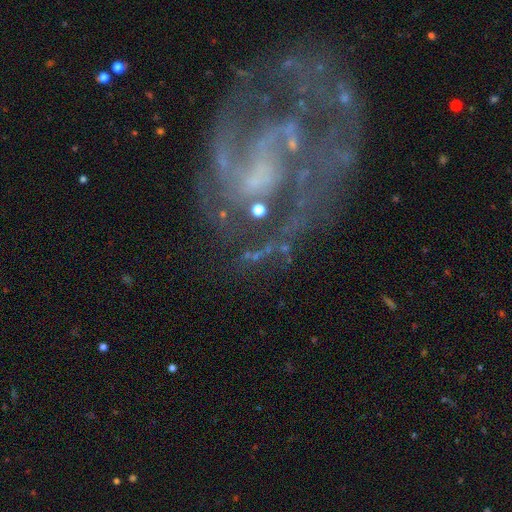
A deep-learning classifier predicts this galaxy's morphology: Smooth or featured? featured or disk (64%)
Edge-on disk? no (96%)
Bar? no (51%)
Spiral arms? yes (76%)
Bulge size? small (38%)
Merging? none (53%)